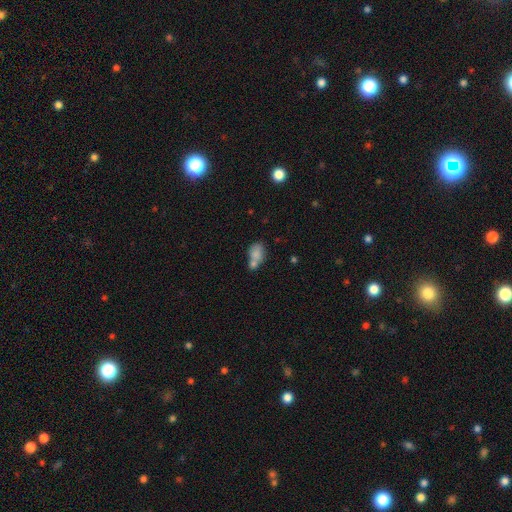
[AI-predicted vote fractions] The model was most divided on "merging": merger: 53%, none: 29%, minor disturbance: 12%, major disturbance: 6%. More confident: smooth or featured — smooth (77%); how rounded — in between (76%).